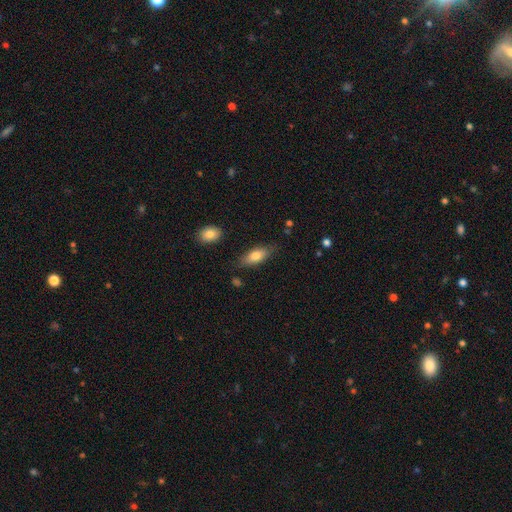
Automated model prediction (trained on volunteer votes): Smooth or featured? smooth (73%)
How rounded? in between (74%)
Merging? none (77%)